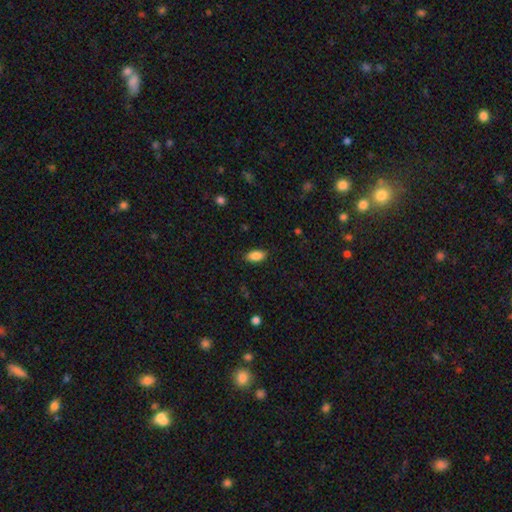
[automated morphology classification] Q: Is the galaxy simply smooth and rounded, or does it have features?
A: smooth — 88%.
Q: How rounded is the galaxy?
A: in between — 91%.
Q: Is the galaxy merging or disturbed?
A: none — 87%.